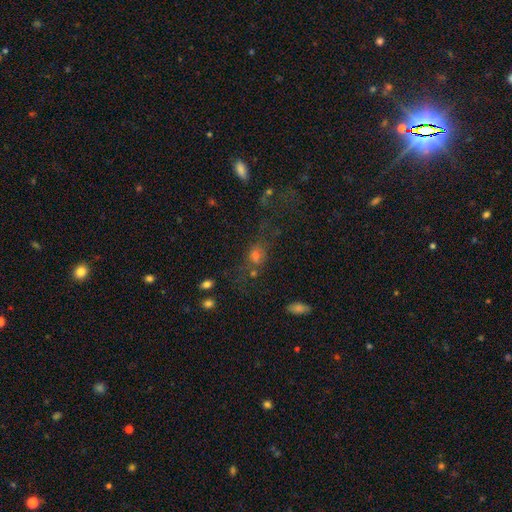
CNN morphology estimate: smooth_or_featured: smooth (p=0.53) [alt: star or artifact p=0.27]
how_rounded: in between (p=0.52) [alt: round p=0.40]
merging: none (p=0.47) [alt: major disturbance p=0.20]